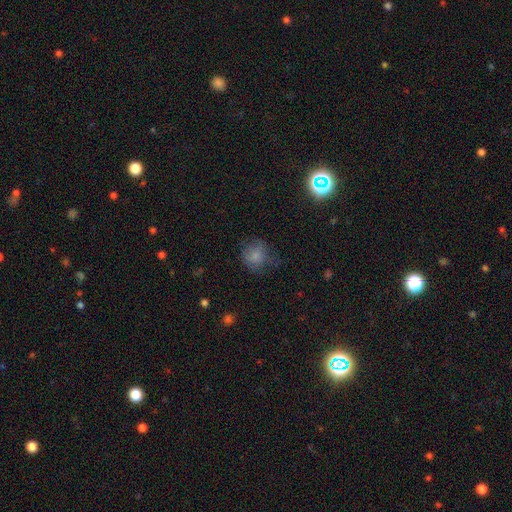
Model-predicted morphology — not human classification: Smooth or featured?
  - smooth: 74% *
  - featured or disk: 13%
  - star or artifact: 12%
How rounded?
  - round: 79% *
  - in between: 20%
  - cigar-shaped: 1%
Merging?
  - none: 55% *
  - minor disturbance: 26%
  - major disturbance: 18%
  - merger: 2%